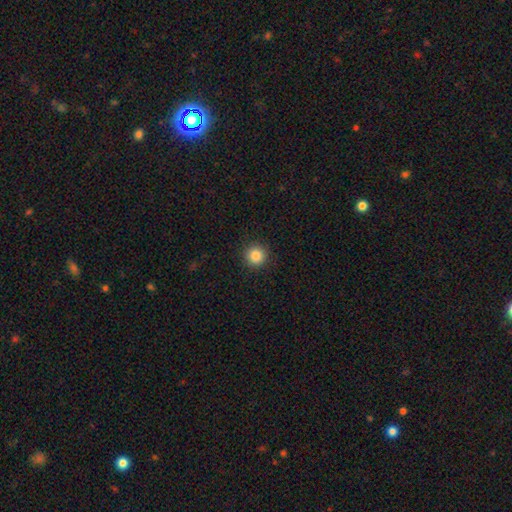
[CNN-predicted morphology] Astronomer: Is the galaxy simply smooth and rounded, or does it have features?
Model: smooth — 85%.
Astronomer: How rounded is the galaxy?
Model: round — 95%.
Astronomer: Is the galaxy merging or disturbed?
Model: none — 91%.